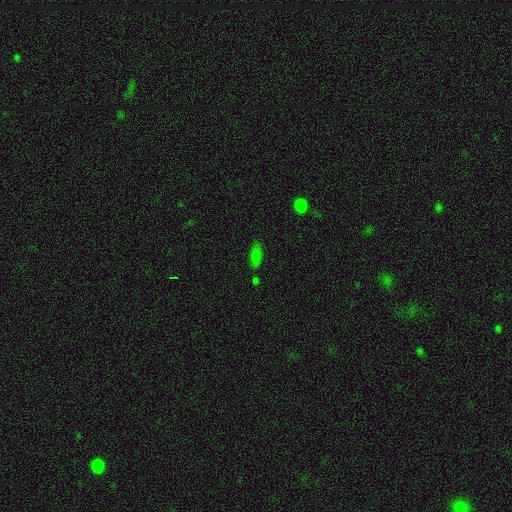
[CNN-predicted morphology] type=smooth (74%); roundness=in between (69%); merging=none (76%).